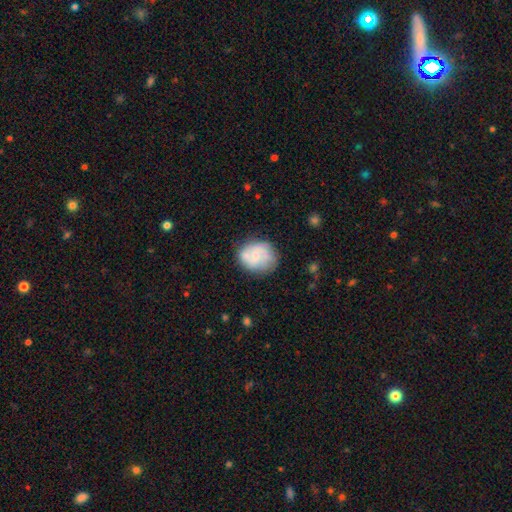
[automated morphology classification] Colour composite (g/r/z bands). It shows a featured or disk galaxy (57%) with no bar (71%), spiral arms (76%) and a small central bulge (61%). Merging: none (64%).